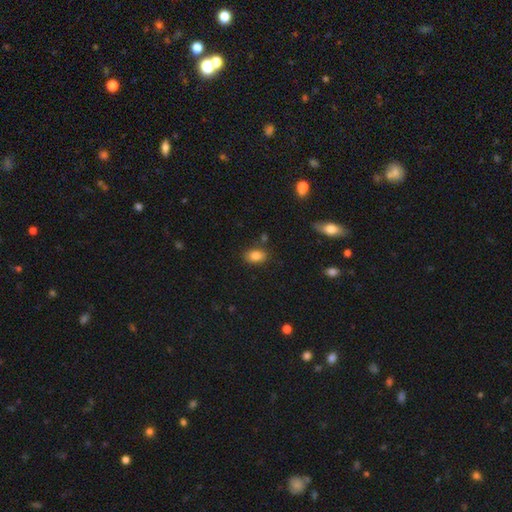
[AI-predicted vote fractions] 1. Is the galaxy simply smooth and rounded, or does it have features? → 84% smooth, 9% star or artifact, 7% featured or disk.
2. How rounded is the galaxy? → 85% in between, 14% round, 2% cigar-shaped.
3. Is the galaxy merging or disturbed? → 82% none, 12% minor disturbance, 4% merger, 3% major disturbance.